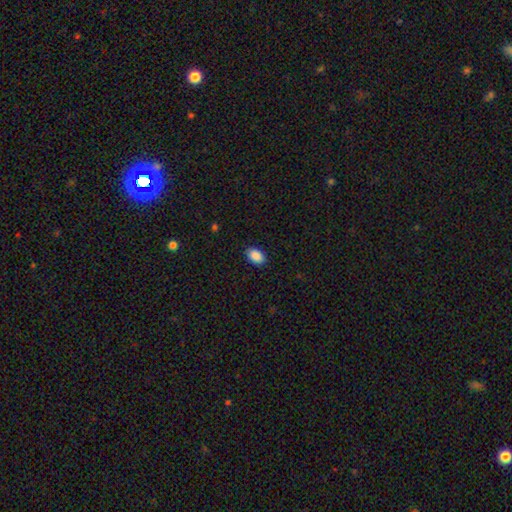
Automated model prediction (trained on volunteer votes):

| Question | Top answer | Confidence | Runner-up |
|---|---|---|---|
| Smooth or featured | smooth | 89% | star or artifact (8%) |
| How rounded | in between | 88% | round (10%) |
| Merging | none | 88% | minor disturbance (9%) |